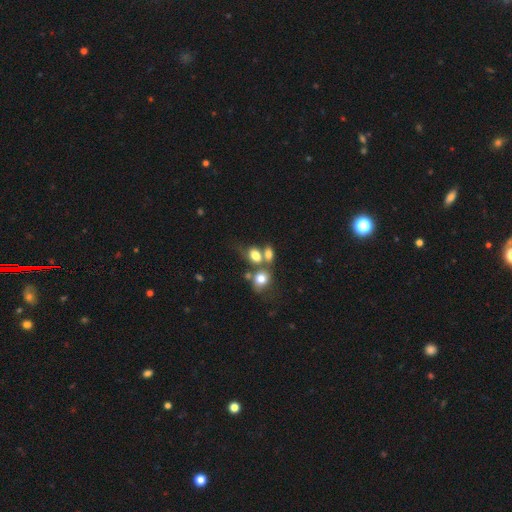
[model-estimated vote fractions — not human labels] smooth 74%, featured or disk 14%, star or artifact 12%. Down the decision tree: how rounded — in between (64%); merging — merger (48%).